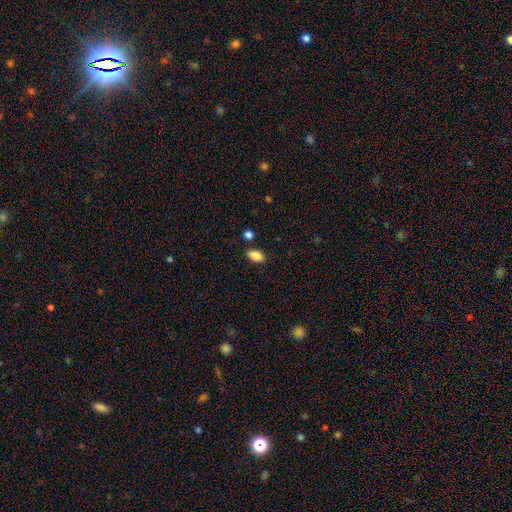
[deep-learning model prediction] Smooth or featured: smooth — 88% (star or artifact — 8%)
How rounded: in between — 92% (round — 5%)
Merging: none — 85% (minor disturbance — 9%)